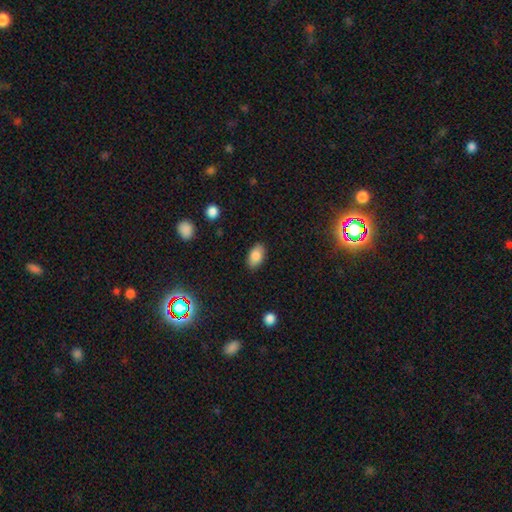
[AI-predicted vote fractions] Smooth or featured? smooth (83%)
How rounded? in between (92%)
Merging? none (86%)